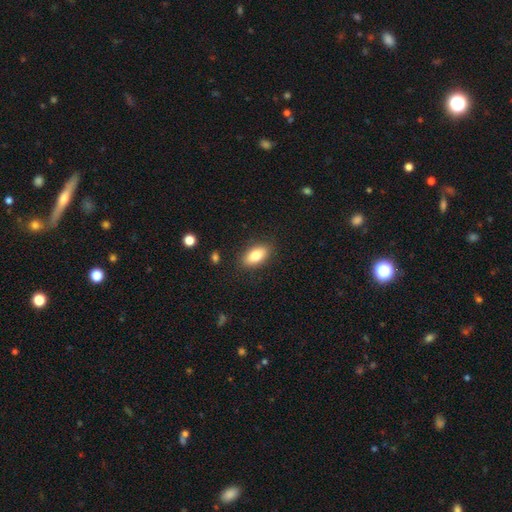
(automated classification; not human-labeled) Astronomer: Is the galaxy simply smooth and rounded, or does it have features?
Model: smooth — 82%.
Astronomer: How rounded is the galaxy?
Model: in between — 90%.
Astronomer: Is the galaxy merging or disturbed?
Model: none — 87%.